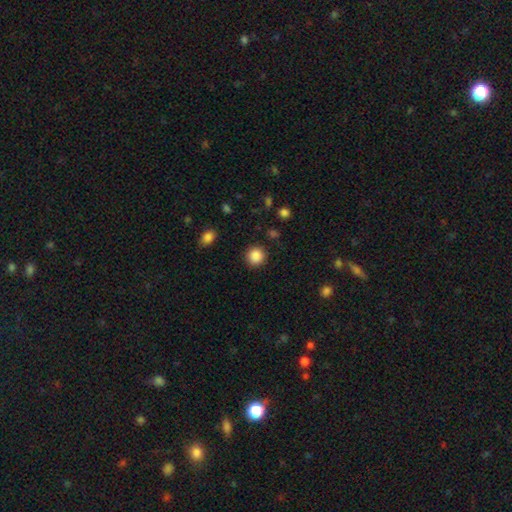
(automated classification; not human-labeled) Q: Smooth or featured?
A: smooth (87%); runner-up: star or artifact (10%)
Q: How rounded?
A: round (93%); runner-up: in between (6%)
Q: Merging?
A: none (90%); runner-up: minor disturbance (6%)